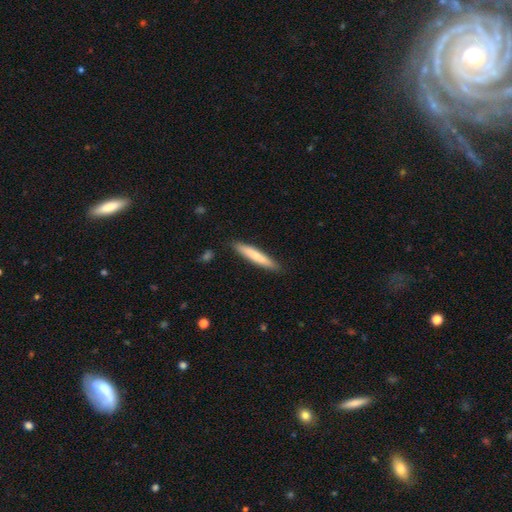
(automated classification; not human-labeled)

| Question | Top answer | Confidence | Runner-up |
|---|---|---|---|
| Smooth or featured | smooth | 69% | featured or disk (25%) |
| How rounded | cigar-shaped | 93% | in between (6%) |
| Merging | none | 89% | minor disturbance (8%) |